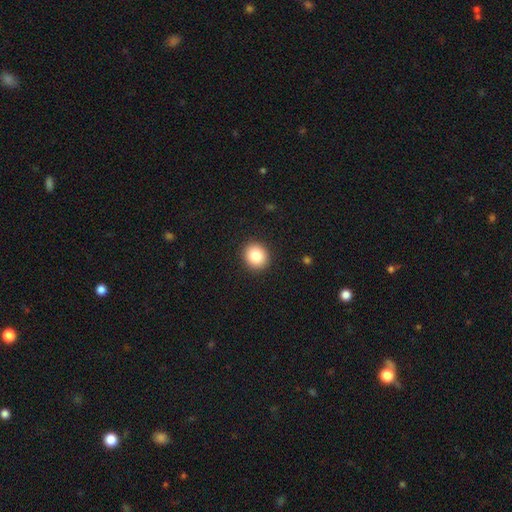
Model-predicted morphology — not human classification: Smooth or featured? Predicted: smooth (p=0.83). How rounded? Predicted: round (p=0.82). Merging? Predicted: none (p=0.92).